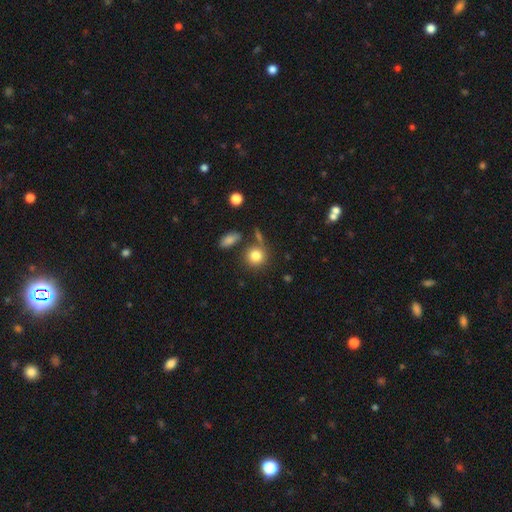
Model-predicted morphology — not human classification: smooth_or_featured: smooth (p=0.82) [alt: star or artifact p=0.10]
how_rounded: round (p=0.86) [alt: in between p=0.13]
merging: none (p=0.71) [alt: merger p=0.13]